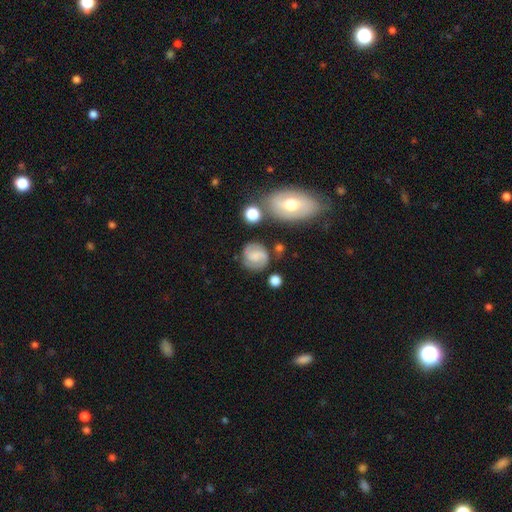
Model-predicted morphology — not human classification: This appears to be a featured or disk galaxy (57%) with no bar (47%), spiral arms (90%) and no central bulge (43%). Merging: none (72%).